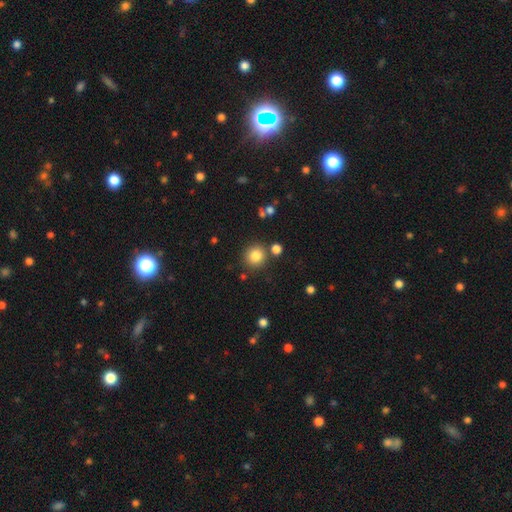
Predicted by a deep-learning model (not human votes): smooth_or_featured: smooth (p=0.83) [alt: star or artifact p=0.11]
how_rounded: round (p=0.91) [alt: in between p=0.08]
merging: none (p=0.83) [alt: minor disturbance p=0.08]